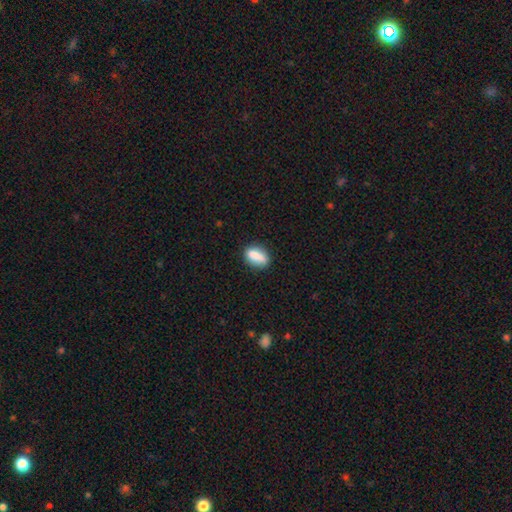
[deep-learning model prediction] Smooth or featured? smooth (82%)
How rounded? in between (75%)
Merging? none (79%)